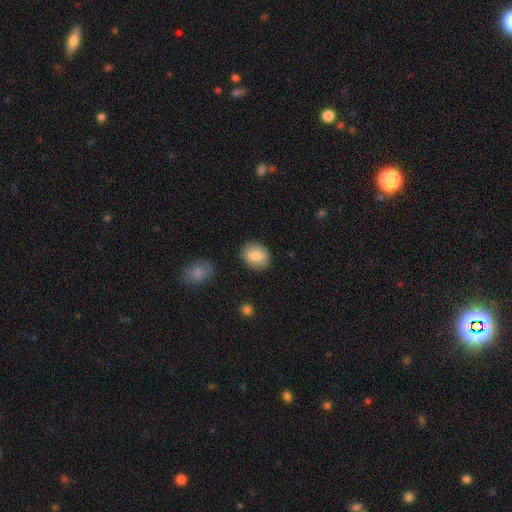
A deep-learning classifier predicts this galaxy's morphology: A smooth galaxy with no disk features (83%) that is in between round and cigar-shaped (52%).

Vote fractions:
- Smooth or featured? smooth: 83% / featured or disk: 9% / star or artifact: 7%
- How rounded? in between: 52% / round: 47% / cigar-shaped: 1%
- Merging? none: 86% / minor disturbance: 9% / major disturbance: 2% / merger: 2%